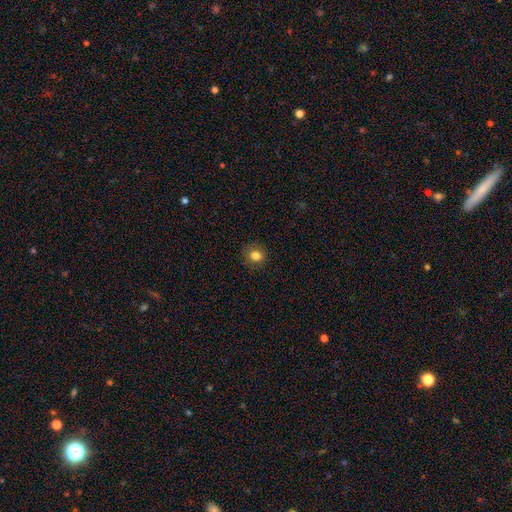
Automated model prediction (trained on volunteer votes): smooth_or_featured: smooth (p=0.82) [alt: star or artifact p=0.11]
how_rounded: round (p=0.81) [alt: in between p=0.18]
merging: none (p=0.87) [alt: minor disturbance p=0.10]